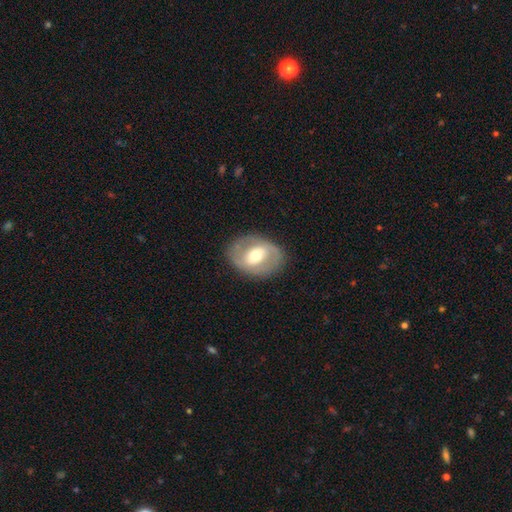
Morphology: type=featured or disk (79%); edge-on=no (100%); bar=strong (42%); spiral arms=no (71%); bulge=moderate (61%); merging=none (97%).